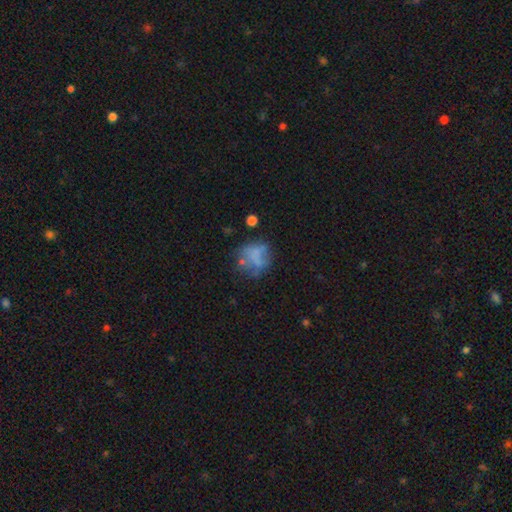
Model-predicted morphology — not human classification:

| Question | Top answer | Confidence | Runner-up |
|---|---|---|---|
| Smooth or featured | smooth | 51% | featured or disk (35%) |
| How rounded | round | 68% | in between (31%) |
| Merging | none | 45% | major disturbance (24%) |